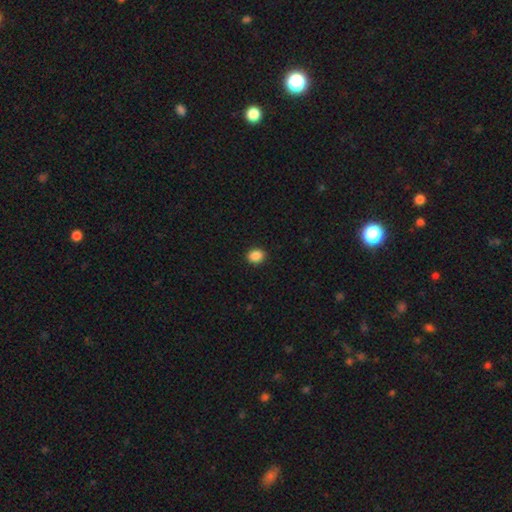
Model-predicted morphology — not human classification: This appears to be a smooth galaxy with no disk features (88%) that is round (61%). Merging: none (91%).